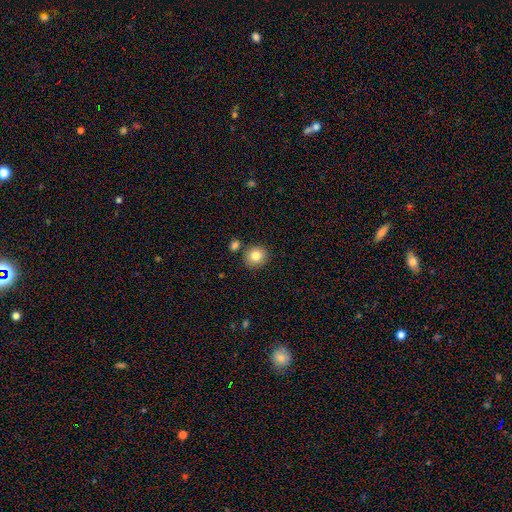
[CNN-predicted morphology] type=smooth (83%); roundness=round (85%); merging=none (83%).